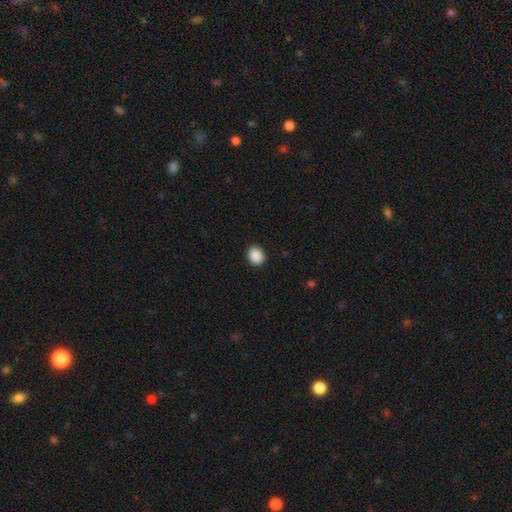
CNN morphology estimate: Smooth or featured?
  - smooth: 90% *
  - star or artifact: 8%
  - featured or disk: 2%
How rounded?
  - round: 54% *
  - in between: 45%
  - cigar-shaped: 1%
Merging?
  - none: 91% *
  - minor disturbance: 6%
  - major disturbance: 2%
  - merger: 1%